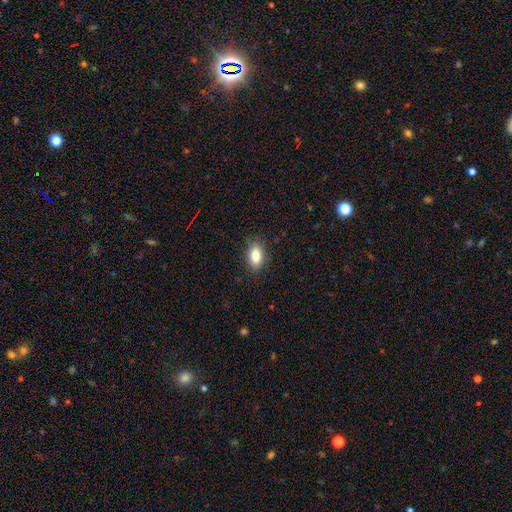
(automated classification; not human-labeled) Morphology: type=smooth (85%); roundness=in between (88%); merging=none (84%).